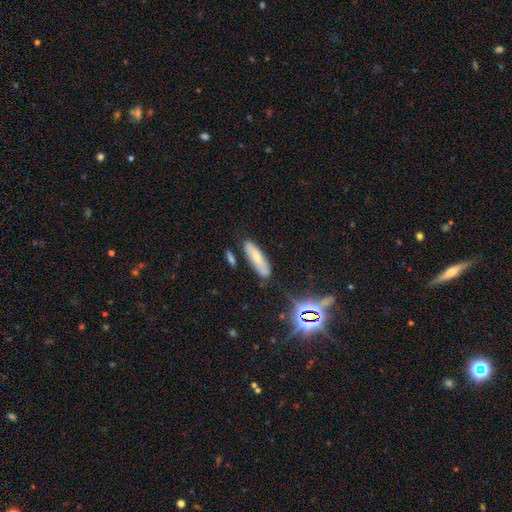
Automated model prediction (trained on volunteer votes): Smooth or featured: smooth — 54% (featured or disk — 28%)
How rounded: cigar-shaped — 58% (in between — 39%)
Merging: none — 79% (minor disturbance — 13%)